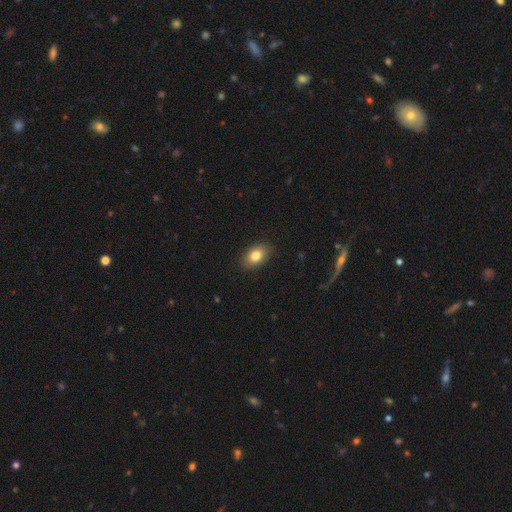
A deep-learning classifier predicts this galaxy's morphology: A smooth galaxy with no disk features (81%) that is in between round and cigar-shaped (85%).

Vote fractions:
- Smooth or featured? smooth: 81% / featured or disk: 10% / star or artifact: 9%
- How rounded? in between: 85% / round: 14% / cigar-shaped: 1%
- Merging? none: 88% / minor disturbance: 9% / major disturbance: 2% / merger: 1%